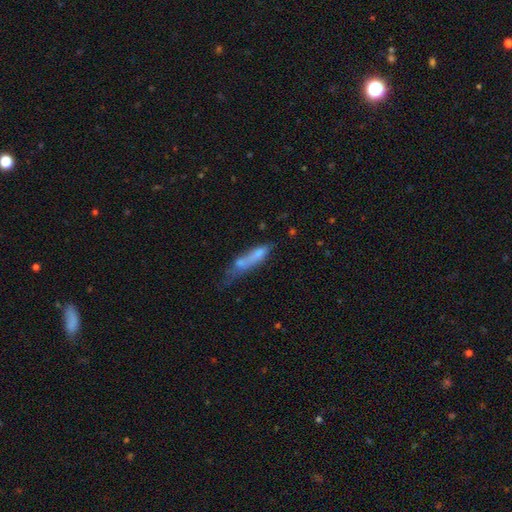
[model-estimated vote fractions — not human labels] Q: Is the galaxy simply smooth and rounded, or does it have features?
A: smooth — 62%.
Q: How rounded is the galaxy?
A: cigar-shaped — 72%.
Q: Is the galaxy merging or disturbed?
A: merger — 29%.